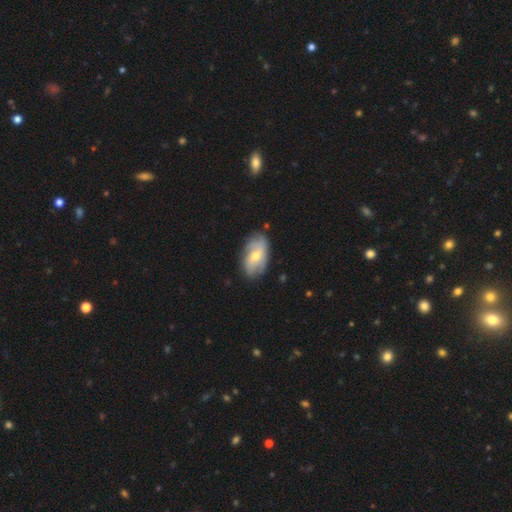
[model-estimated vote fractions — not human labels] The model was most divided on "smooth or featured": featured or disk: 57%, smooth: 37%, star or artifact: 6%. More confident: edge-on disk — no (93%); spiral arms — yes (76%); merging — none (70%); bar — no (60%); bulge size — moderate (59%).